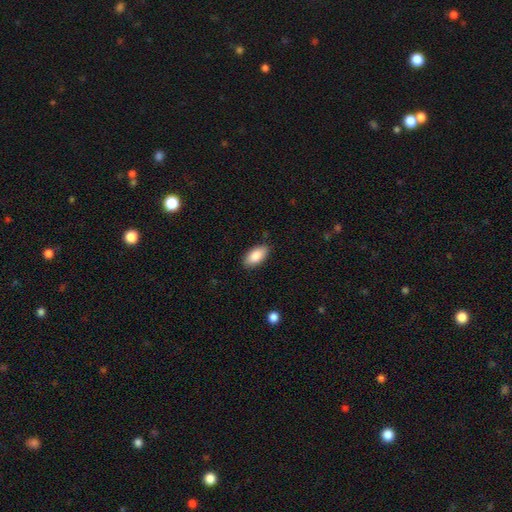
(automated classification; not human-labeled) smooth 87%, featured or disk 7%, star or artifact 6%. Down the decision tree: how rounded — in between (92%); merging — none (86%).